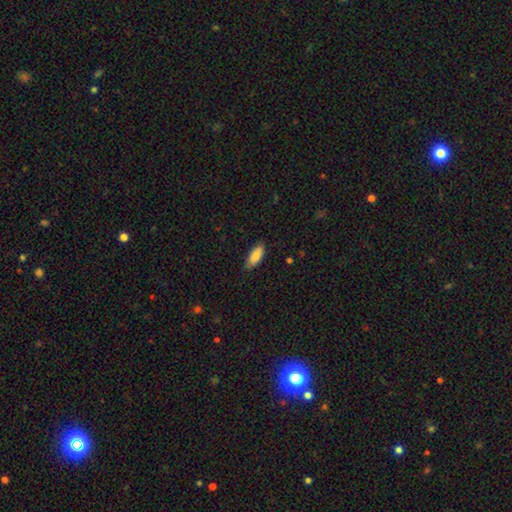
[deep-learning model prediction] Overall: smooth (87%). How rounded: in between (79%). Merging: none (79%).